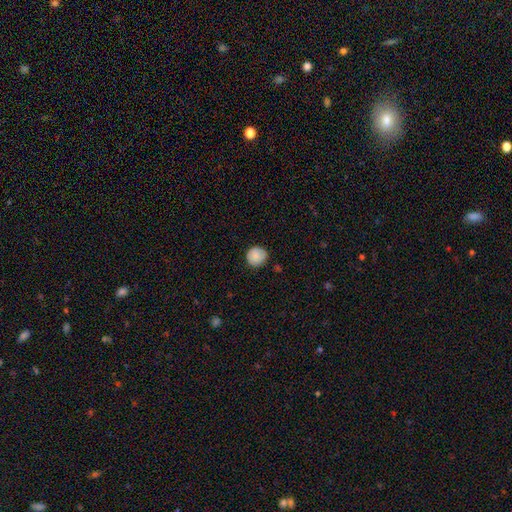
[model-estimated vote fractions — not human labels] Q: Smooth or featured?
A: smooth (84%); runner-up: featured or disk (9%)
Q: How rounded?
A: round (90%); runner-up: in between (9%)
Q: Merging?
A: none (84%); runner-up: minor disturbance (13%)